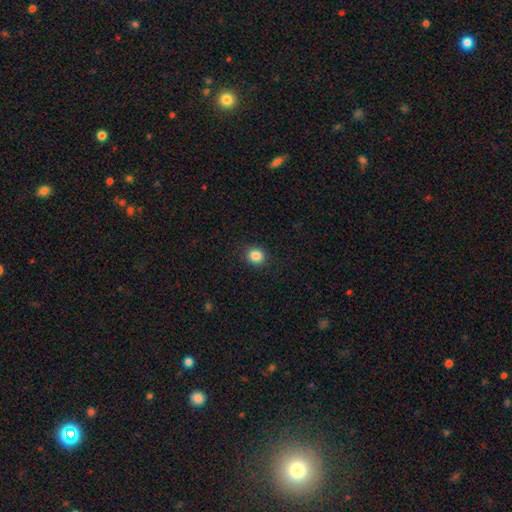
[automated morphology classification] Smooth or featured?
  - smooth: 86% *
  - star or artifact: 10%
  - featured or disk: 4%
How rounded?
  - round: 83% *
  - in between: 16%
  - cigar-shaped: 1%
Merging?
  - none: 90% *
  - minor disturbance: 7%
  - major disturbance: 2%
  - merger: 1%